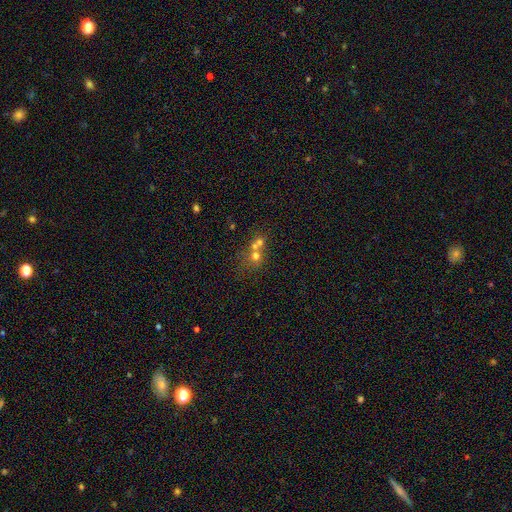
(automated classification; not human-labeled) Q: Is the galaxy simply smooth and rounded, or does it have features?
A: smooth — 58%.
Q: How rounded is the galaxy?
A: round — 79%.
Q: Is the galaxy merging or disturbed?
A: merger — 57%.